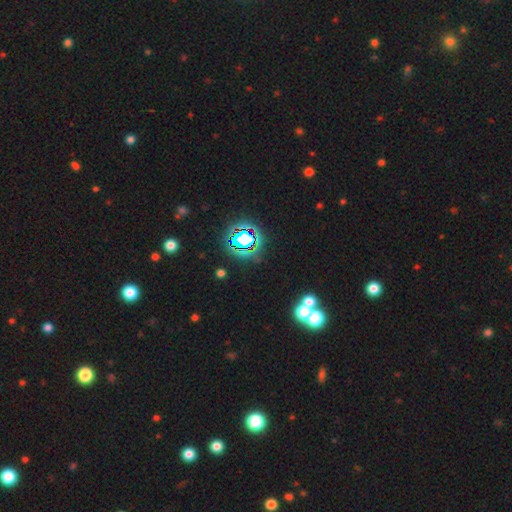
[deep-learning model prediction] The model was most divided on "smooth or featured": star or artifact: 79%, smooth: 13%, featured or disk: 8%.